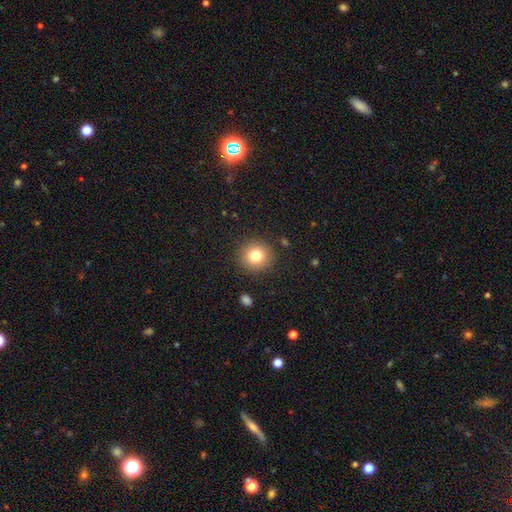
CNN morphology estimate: Smooth or featured: smooth — 79% (star or artifact — 12%)
How rounded: round — 93% (in between — 6%)
Merging: none — 90% (minor disturbance — 6%)